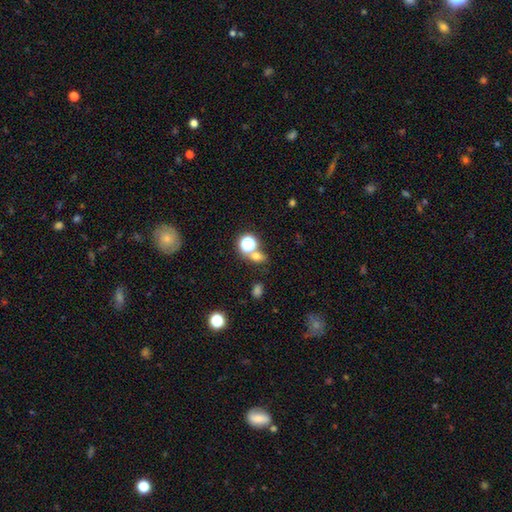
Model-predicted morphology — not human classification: A smooth galaxy with no disk features (59%) that is round (59%).

Vote fractions:
- Smooth or featured? smooth: 59% / star or artifact: 31% / featured or disk: 10%
- How rounded? round: 59% / in between: 39% / cigar-shaped: 2%
- Merging? none: 58% / merger: 26% / minor disturbance: 10% / major disturbance: 6%